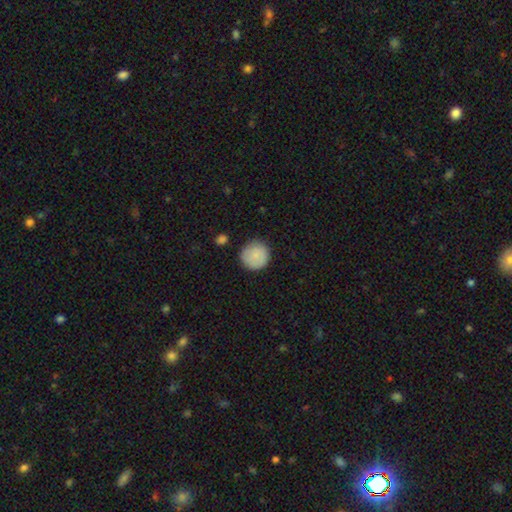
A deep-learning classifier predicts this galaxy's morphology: Smooth or featured?
  - smooth: 85% *
  - featured or disk: 8%
  - star or artifact: 7%
How rounded?
  - round: 95% *
  - in between: 4%
  - cigar-shaped: 1%
Merging?
  - none: 85% *
  - minor disturbance: 11%
  - major disturbance: 3%
  - merger: 2%